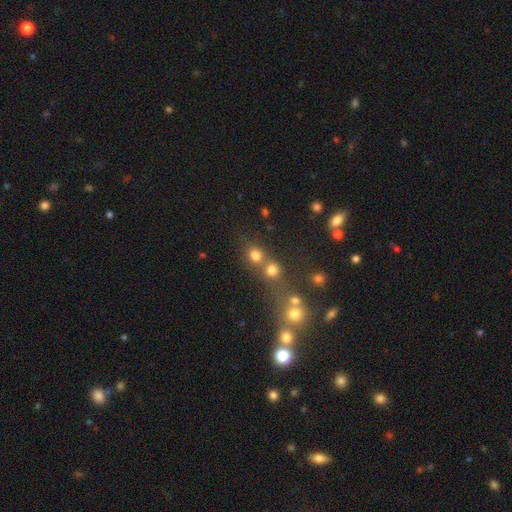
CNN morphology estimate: Smooth or featured: smooth — 75% (star or artifact — 17%)
How rounded: round — 83% (in between — 15%)
Merging: none — 53% (merger — 36%)